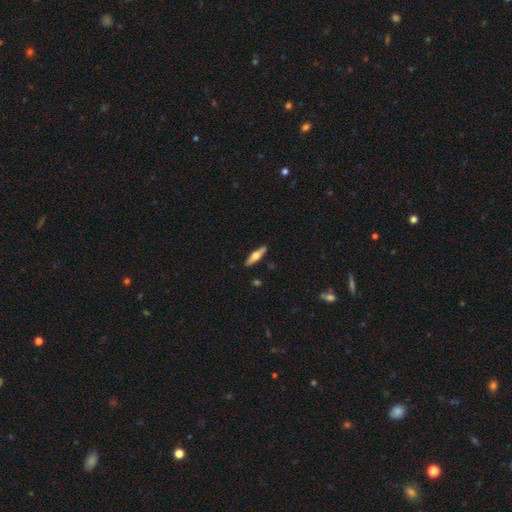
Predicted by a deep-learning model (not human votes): A featured or disk galaxy (58%) viewed edge-on (95%) with a rounded central bulge (94%). Merging: none (90%).